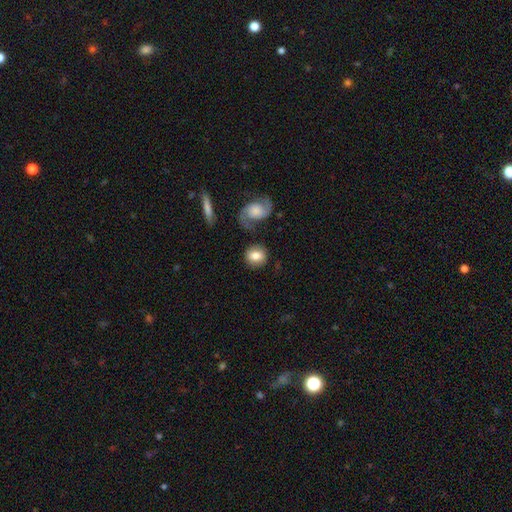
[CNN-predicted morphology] This appears to be a smooth galaxy with no disk features (74%) that is round (73%). Merging: none (73%).